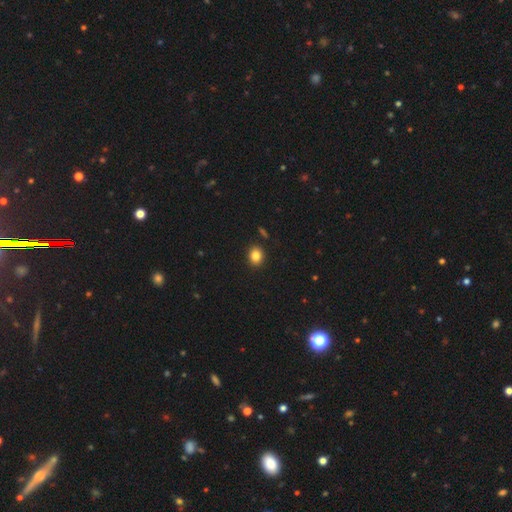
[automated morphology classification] type=smooth (84%); roundness=round (59%); merging=none (90%).